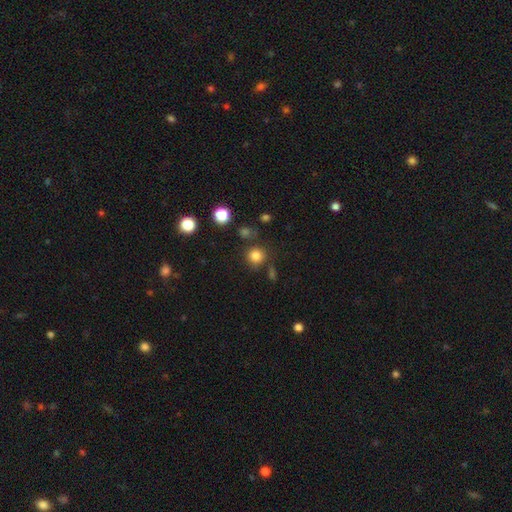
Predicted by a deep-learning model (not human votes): Smooth or featured?
  - smooth: 81% *
  - star or artifact: 14%
  - featured or disk: 5%
How rounded?
  - round: 92% *
  - in between: 7%
  - cigar-shaped: 1%
Merging?
  - none: 80% *
  - minor disturbance: 10%
  - merger: 6%
  - major disturbance: 4%